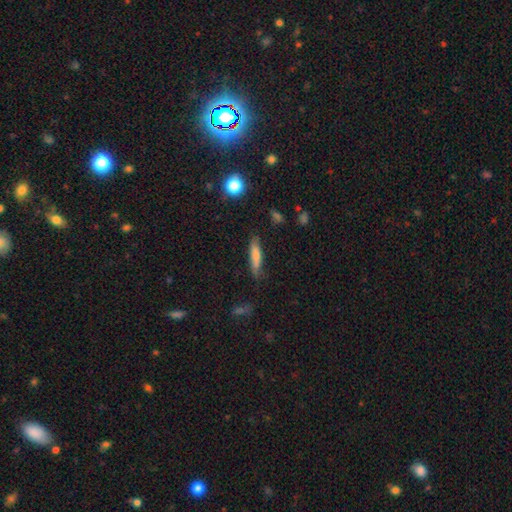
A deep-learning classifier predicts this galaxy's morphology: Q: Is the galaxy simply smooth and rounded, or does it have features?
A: smooth — 73%.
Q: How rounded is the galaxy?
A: cigar-shaped — 80%.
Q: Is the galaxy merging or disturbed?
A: none — 76%.